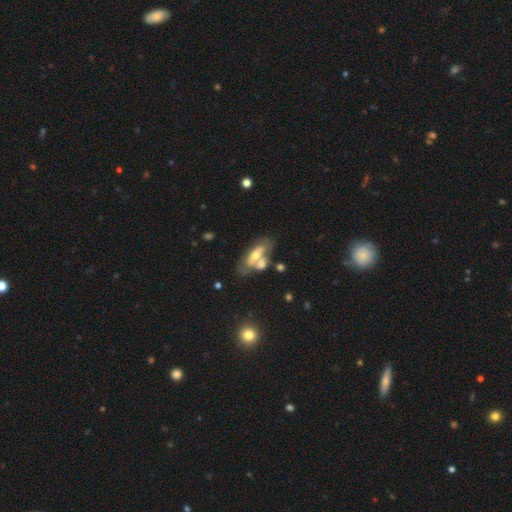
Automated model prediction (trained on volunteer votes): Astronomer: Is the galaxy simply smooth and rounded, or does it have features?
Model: featured or disk — 56% (runner-up: smooth, 37%).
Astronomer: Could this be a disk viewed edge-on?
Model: no — 78%.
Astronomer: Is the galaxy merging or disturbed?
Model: none — 38%, tied with merger at 38%.